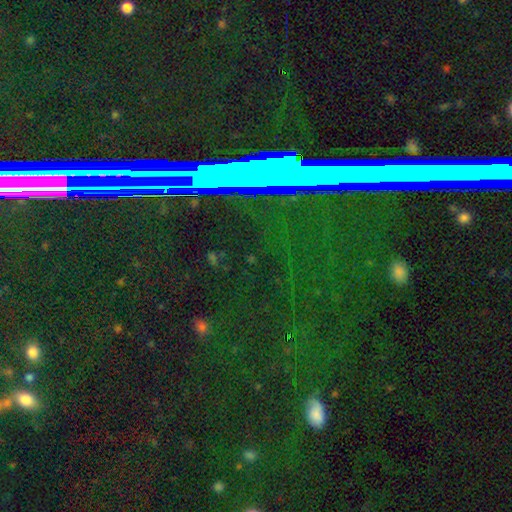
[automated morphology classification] A star or artifact, not a galaxy (82%).

Vote fractions:
- Smooth or featured? star or artifact: 82% / featured or disk: 9% / smooth: 9%